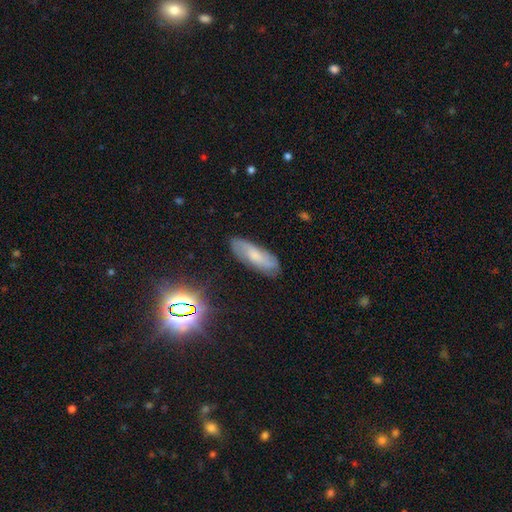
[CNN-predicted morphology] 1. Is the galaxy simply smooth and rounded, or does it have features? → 47% featured or disk, 41% smooth, 12% star or artifact.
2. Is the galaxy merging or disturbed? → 78% none, 16% minor disturbance, 4% major disturbance, 2% merger.